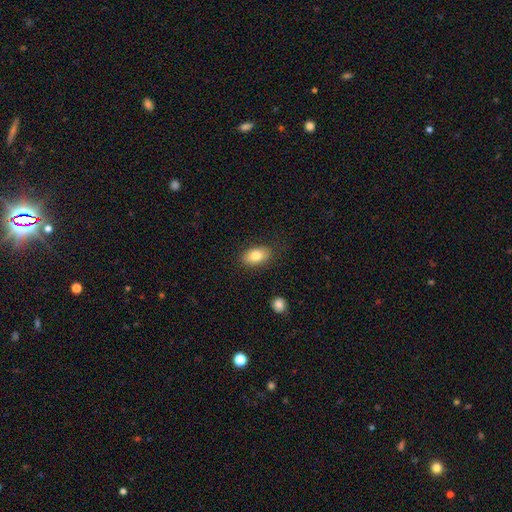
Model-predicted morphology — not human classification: The model was most divided on "smooth or featured": smooth: 80%, featured or disk: 12%, star or artifact: 7%. More confident: how rounded — in between (90%); merging — none (84%).